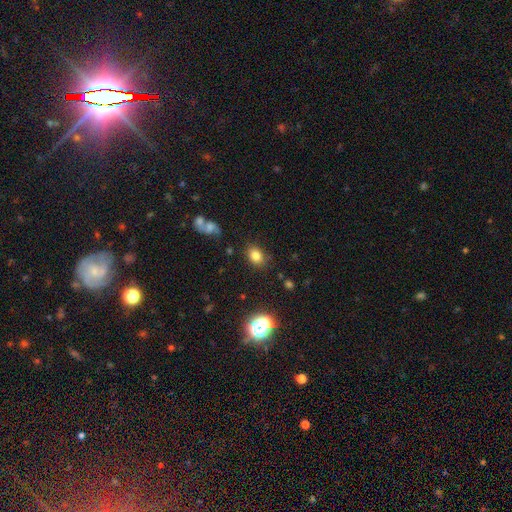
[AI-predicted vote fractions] This appears to be a smooth galaxy with no disk features (79%) that is in between round and cigar-shaped (66%). Merging: none (80%).